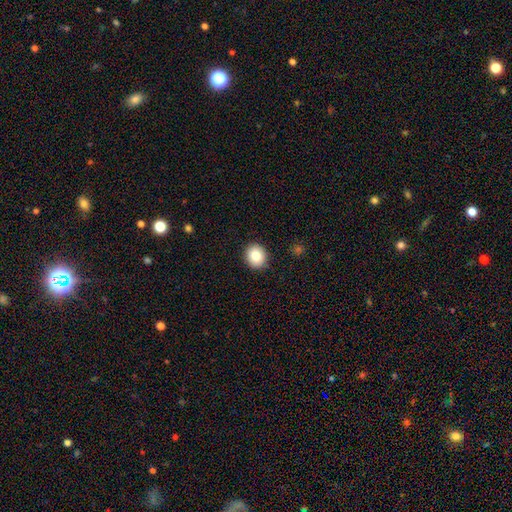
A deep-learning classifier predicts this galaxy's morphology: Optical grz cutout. It shows a smooth galaxy with no disk features (83%) that is round (85%). Merging: none (91%).